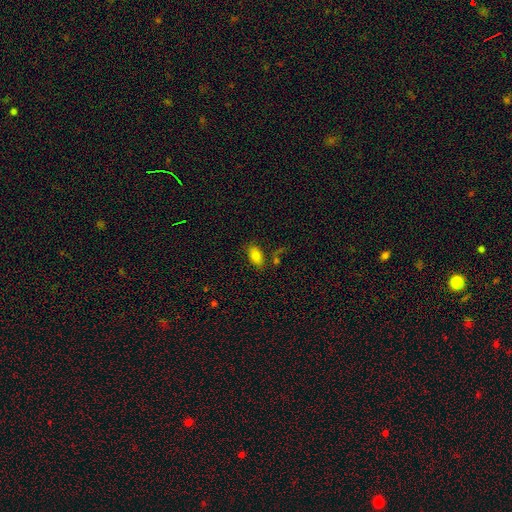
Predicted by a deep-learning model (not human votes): The model was most divided on "merging": none: 73%, minor disturbance: 13%, merger: 9%, major disturbance: 5%. More confident: how rounded — in between (91%); smooth or featured — smooth (80%).